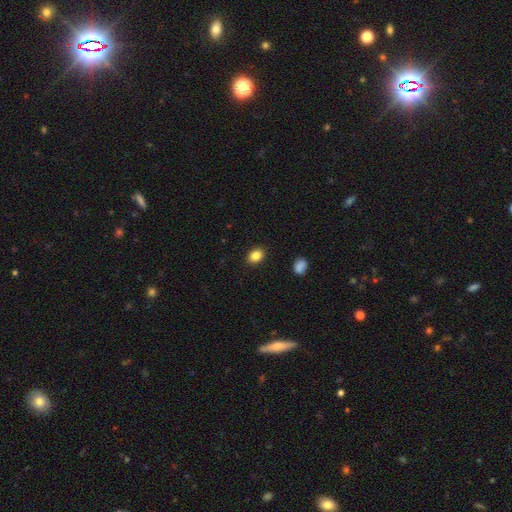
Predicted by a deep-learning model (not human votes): Overall: smooth (86%). How rounded: in between (71%). Merging: none (89%).